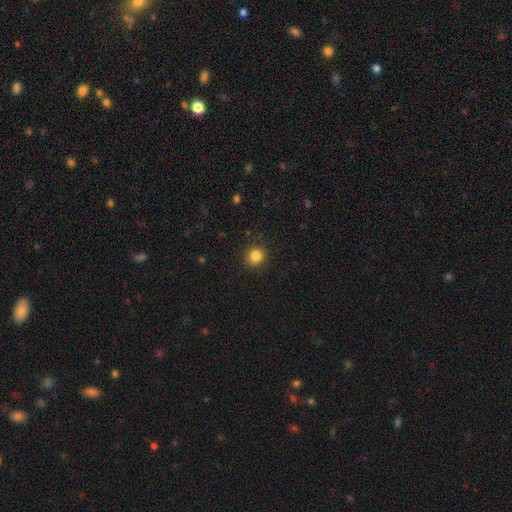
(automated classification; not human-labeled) smooth_or_featured: smooth (p=0.84) [alt: star or artifact p=0.11]
how_rounded: round (p=0.89) [alt: in between p=0.10]
merging: none (p=0.90) [alt: minor disturbance p=0.07]